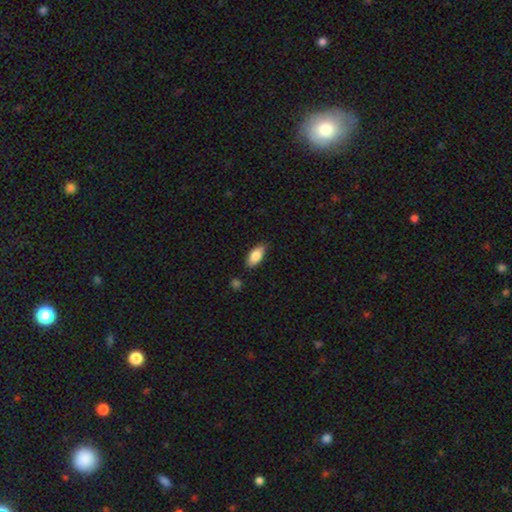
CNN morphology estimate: A smooth galaxy with no disk features (83%) that is in between round and cigar-shaped (88%).

Vote fractions:
- Smooth or featured? smooth: 83% / featured or disk: 10% / star or artifact: 7%
- How rounded? in between: 88% / cigar-shaped: 9% / round: 3%
- Merging? none: 79% / minor disturbance: 16% / major disturbance: 3% / merger: 2%